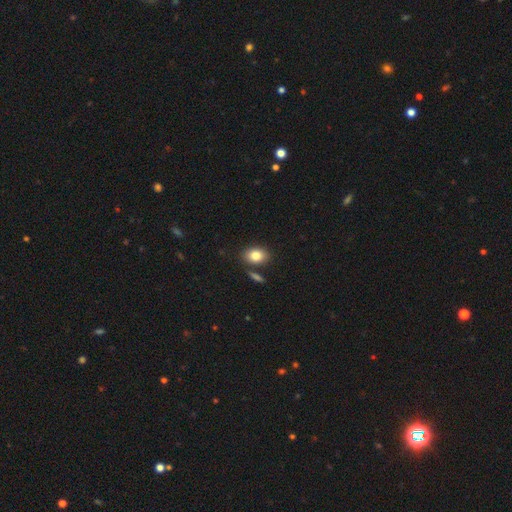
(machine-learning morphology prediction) This is clearly a smooth galaxy (83%). How rounded: likely in between (75%). Merging: likely none (77%).